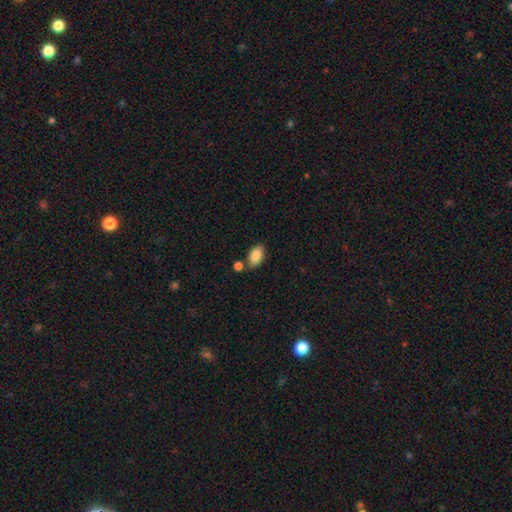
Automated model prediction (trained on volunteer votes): Q: Smooth or featured?
A: smooth (87%); runner-up: star or artifact (7%)
Q: How rounded?
A: in between (92%); runner-up: round (6%)
Q: Merging?
A: none (70%); runner-up: merger (14%)